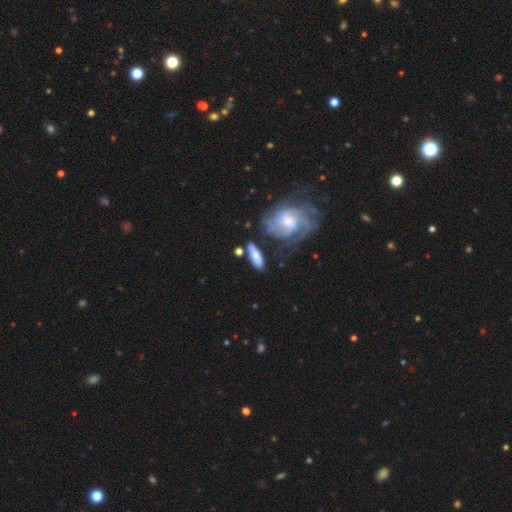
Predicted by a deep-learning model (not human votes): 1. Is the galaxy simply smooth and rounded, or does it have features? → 56% smooth, 37% featured or disk, 7% star or artifact.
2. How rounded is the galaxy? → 58% in between, 37% cigar-shaped, 5% round.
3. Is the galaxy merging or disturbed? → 68% none, 17% minor disturbance, 9% merger, 7% major disturbance.